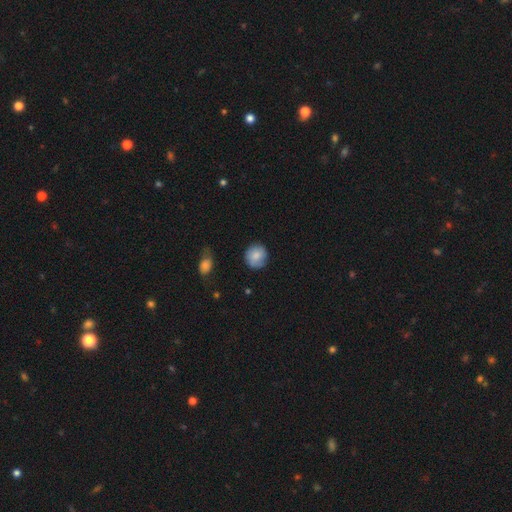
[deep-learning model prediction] smooth_or_featured: smooth (p=0.79) [alt: featured or disk p=0.14]
how_rounded: round (p=0.88) [alt: in between p=0.11]
merging: none (p=0.75) [alt: minor disturbance p=0.19]